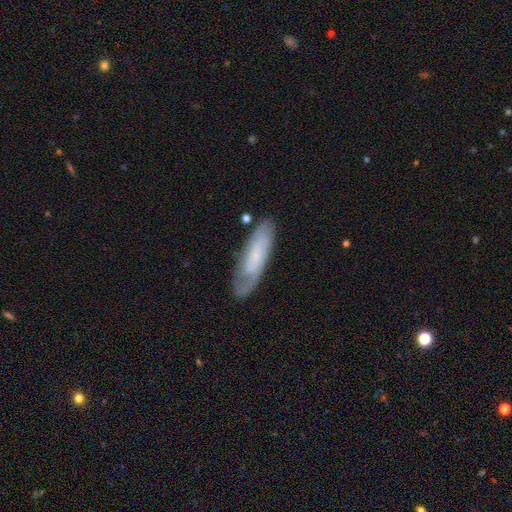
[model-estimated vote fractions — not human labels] Smooth or featured: featured or disk — 56% (smooth — 37%)
Edge-on disk: no — 80% (yes — 20%)
Merging: none — 74% (minor disturbance — 18%)